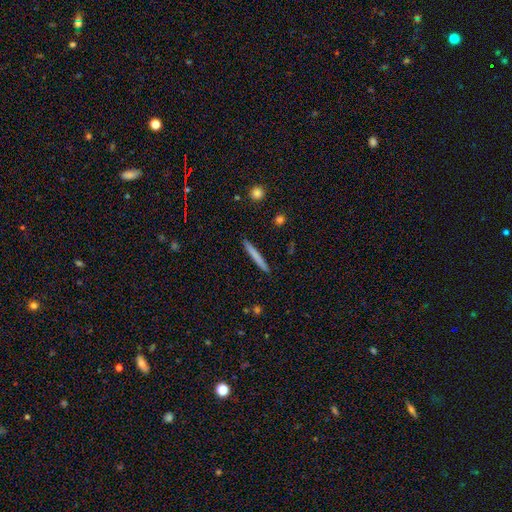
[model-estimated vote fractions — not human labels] Morphology: type=smooth (69%); roundness=cigar-shaped (97%); merging=none (92%).